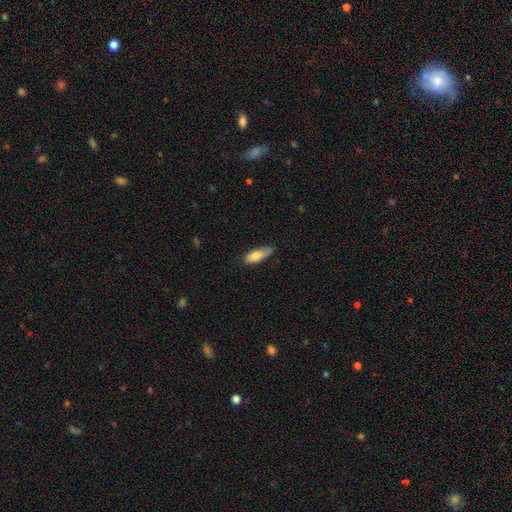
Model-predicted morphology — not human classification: A smooth galaxy with no disk features (78%) that is in between round and cigar-shaped (69%). Merging: none (70%).